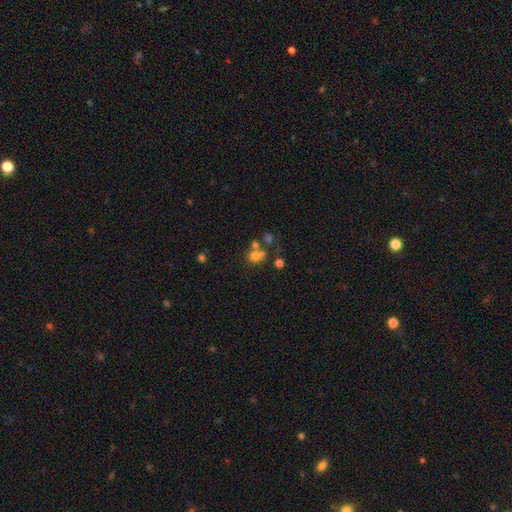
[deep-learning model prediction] Smooth or featured?
  - smooth: 70% *
  - star or artifact: 16%
  - featured or disk: 14%
How rounded?
  - round: 65% *
  - in between: 34%
  - cigar-shaped: 1%
Merging?
  - none: 43% *
  - merger: 38%
  - minor disturbance: 12%
  - major disturbance: 8%